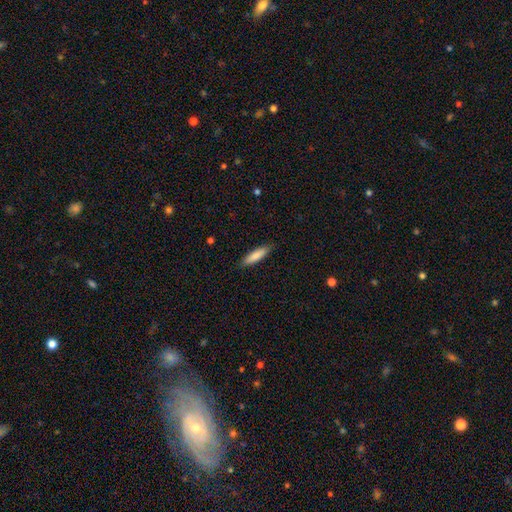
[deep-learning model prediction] Smooth or featured? Predicted: smooth (p=0.83). How rounded? Predicted: cigar-shaped (p=0.76). Merging? Predicted: none (p=0.88).